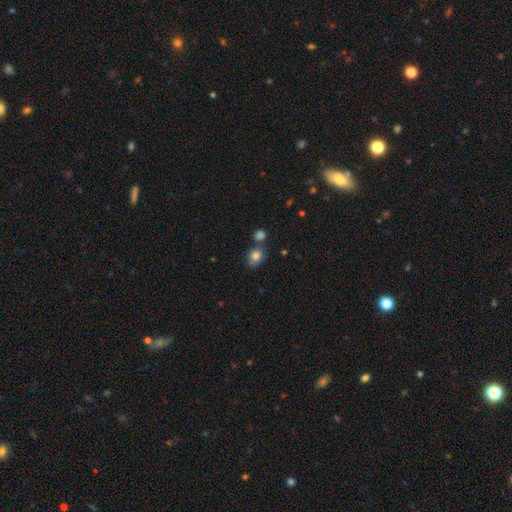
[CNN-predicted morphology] Q: Smooth or featured?
A: smooth (82%); runner-up: star or artifact (10%)
Q: How rounded?
A: round (61%); runner-up: in between (38%)
Q: Merging?
A: none (63%); runner-up: merger (17%)